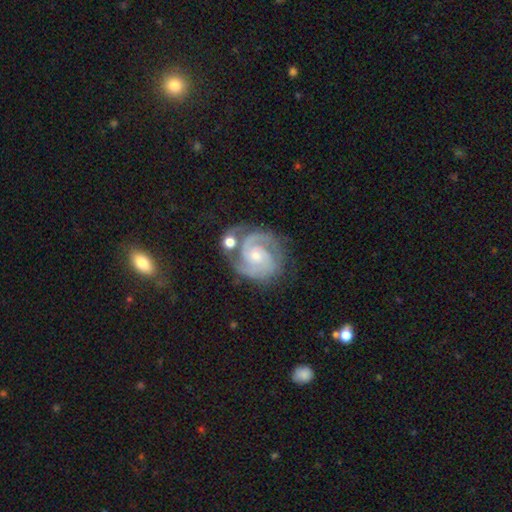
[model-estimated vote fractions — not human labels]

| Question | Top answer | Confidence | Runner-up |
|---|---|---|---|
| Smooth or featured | featured or disk | 90% | smooth (5%) |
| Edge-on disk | no | 98% | yes (2%) |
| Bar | no | 65% | weak (27%) |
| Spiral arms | yes | 98% | no (2%) |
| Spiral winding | tight | 63% | medium (33%) |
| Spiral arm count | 2 | 66% | 3 (19%) |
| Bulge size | small | 60% | moderate (35%) |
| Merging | none | 65% | minor disturbance (18%) |